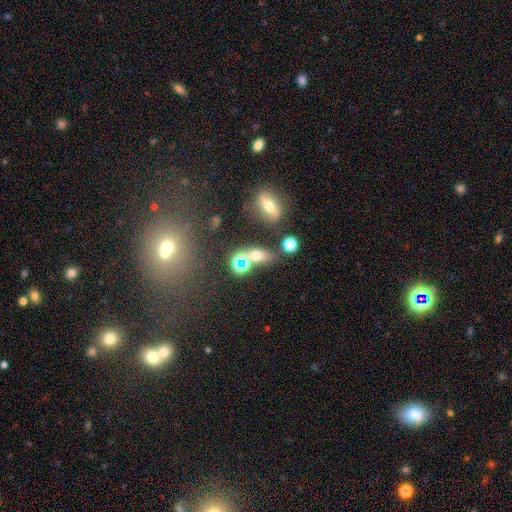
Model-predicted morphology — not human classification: Smooth or featured? Predicted: smooth (p=0.57). How rounded? Predicted: in between (p=0.66). Merging? Predicted: none (p=0.54).